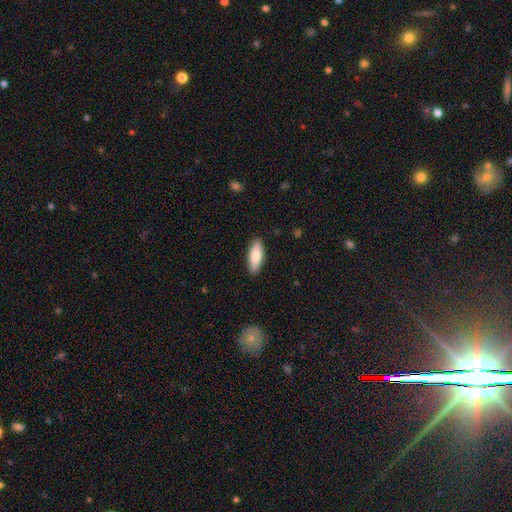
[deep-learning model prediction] smooth 82%, featured or disk 12%, star or artifact 6%. Down the decision tree: how rounded — in between (70%); merging — none (89%).